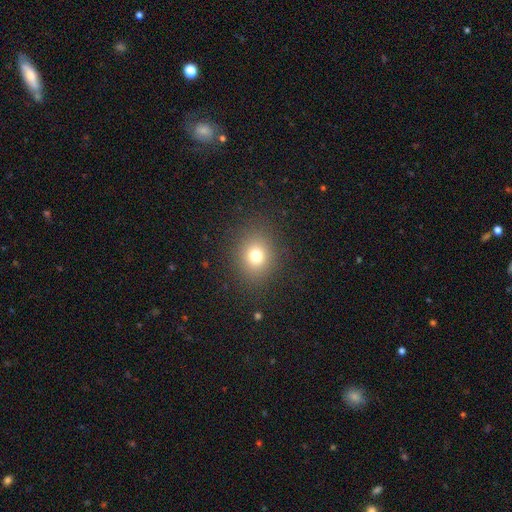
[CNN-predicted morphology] smooth_or_featured: smooth (p=0.75) [alt: star or artifact p=0.16]
how_rounded: round (p=0.72) [alt: in between p=0.27]
merging: none (p=0.87) [alt: minor disturbance p=0.08]